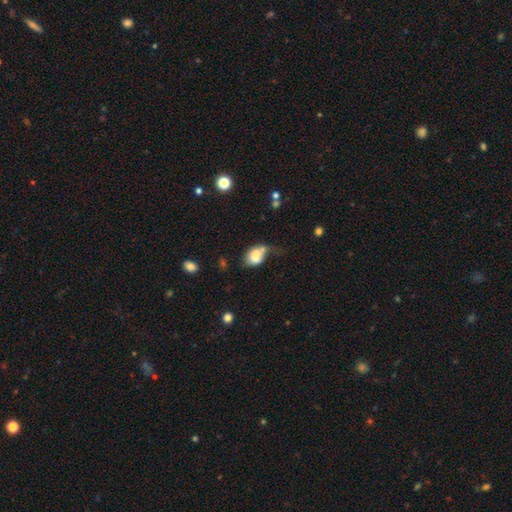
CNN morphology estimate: Overall: smooth (73%). How rounded: in between (75%). Merging: minor disturbance (27%; none 25%).